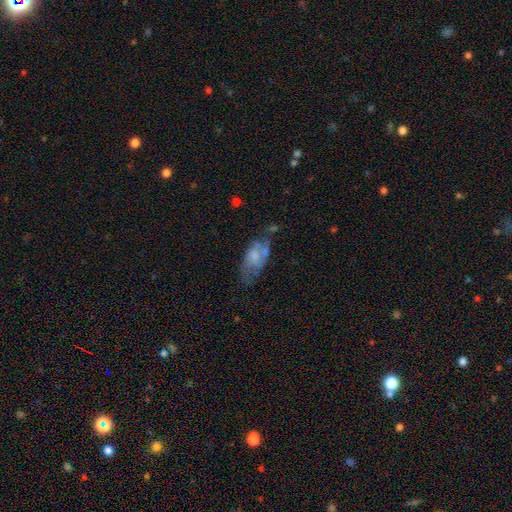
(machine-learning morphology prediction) This appears to be a smooth galaxy with no disk features (50%) that is in between round and cigar-shaped (88%). Merging: none (38%).